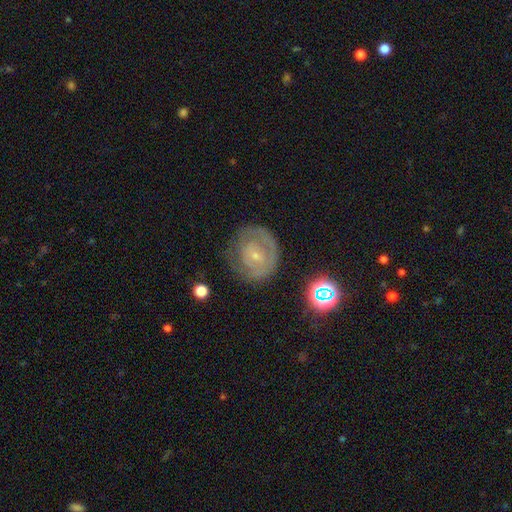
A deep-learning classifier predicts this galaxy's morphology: Smooth or featured? featured or disk (66%)
Edge-on disk? no (97%)
Bar? no (54%)
Spiral arms? yes (68%)
Bulge size? small (75%)
Merging? none (64%)